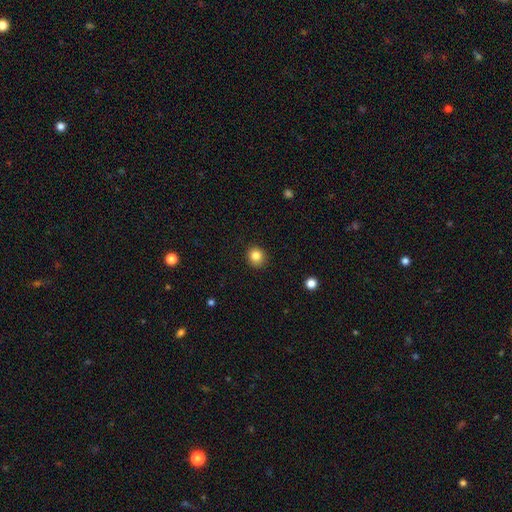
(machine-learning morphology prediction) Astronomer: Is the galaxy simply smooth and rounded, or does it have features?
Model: smooth — 84%.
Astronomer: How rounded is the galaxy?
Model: round — 85%.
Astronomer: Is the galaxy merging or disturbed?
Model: none — 90%.